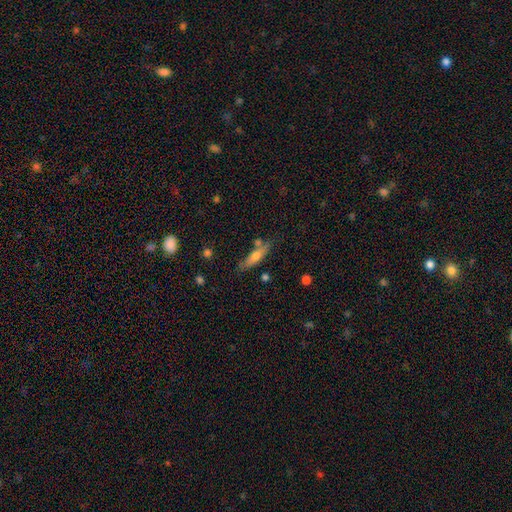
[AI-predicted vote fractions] smooth-or-featured: smooth: 62% | featured or disk: 31% | star or artifact: 7%
  how-rounded: cigar-shaped: 61% | in between: 37% | round: 2%
  merging: none: 69% | minor disturbance: 16% | merger: 10% | major disturbance: 4%